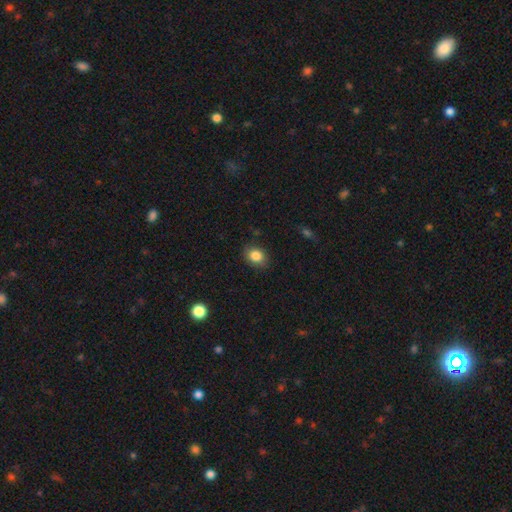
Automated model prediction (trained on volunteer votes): The model was most divided on "how rounded": in between: 56%, round: 43%, cigar-shaped: 1%. More confident: smooth or featured — smooth (85%); merging — none (82%).